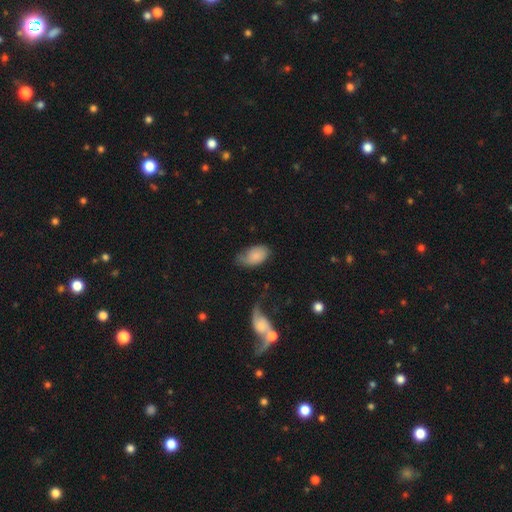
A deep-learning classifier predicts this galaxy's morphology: Smooth or featured?
  - smooth: 75% *
  - featured or disk: 18%
  - star or artifact: 7%
How rounded?
  - in between: 92% *
  - round: 6%
  - cigar-shaped: 1%
Merging?
  - none: 39% *
  - minor disturbance: 36%
  - major disturbance: 19%
  - merger: 5%